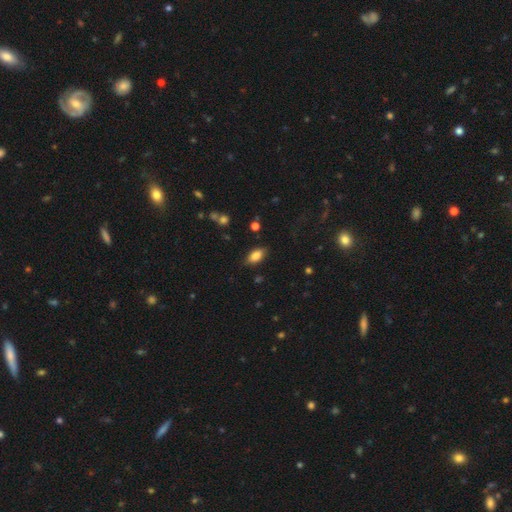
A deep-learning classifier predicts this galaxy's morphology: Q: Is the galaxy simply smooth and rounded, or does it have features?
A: smooth — 84%.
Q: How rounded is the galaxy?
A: in between — 90%.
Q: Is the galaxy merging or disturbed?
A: none — 83%.